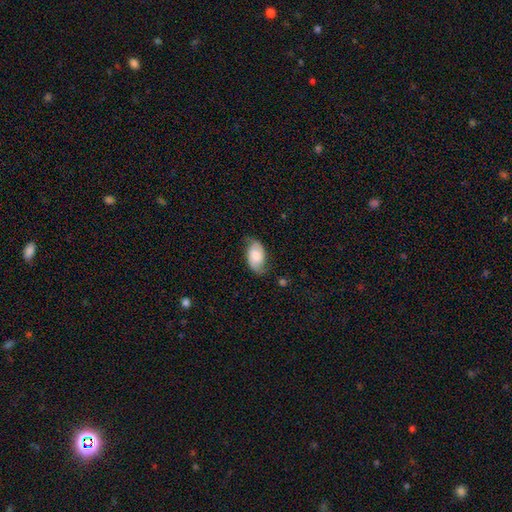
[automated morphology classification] Q: Smooth or featured?
A: smooth (55%); runner-up: featured or disk (37%)
Q: How rounded?
A: in between (92%); runner-up: round (6%)
Q: Merging?
A: none (61%); runner-up: minor disturbance (28%)